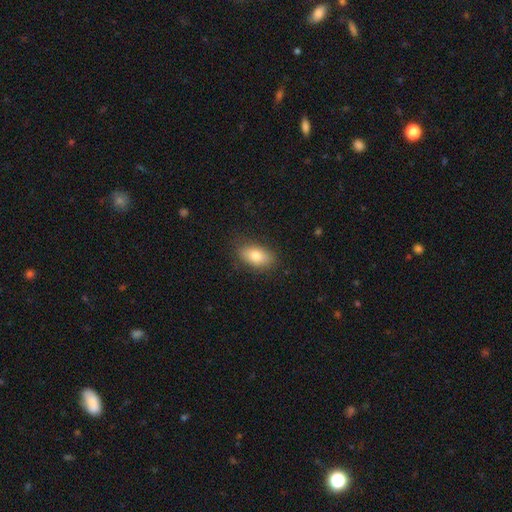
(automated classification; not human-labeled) The model was most divided on "merging": none: 80%, minor disturbance: 15%, major disturbance: 4%, merger: 1%. More confident: how rounded — in between (90%); smooth or featured — smooth (79%).